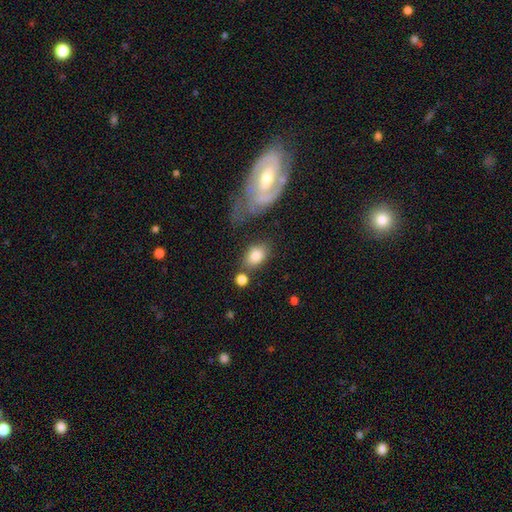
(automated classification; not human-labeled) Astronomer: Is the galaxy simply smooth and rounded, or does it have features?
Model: smooth — 81%.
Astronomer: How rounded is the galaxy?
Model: in between — 78%.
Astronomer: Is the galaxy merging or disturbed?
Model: none — 63%.